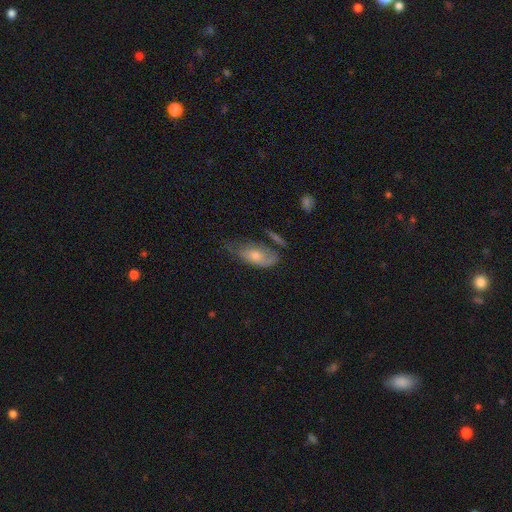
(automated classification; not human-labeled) Smooth or featured? Predicted: smooth (p=0.56). How rounded? Predicted: in between (p=0.85). Merging? Predicted: none (p=0.41).